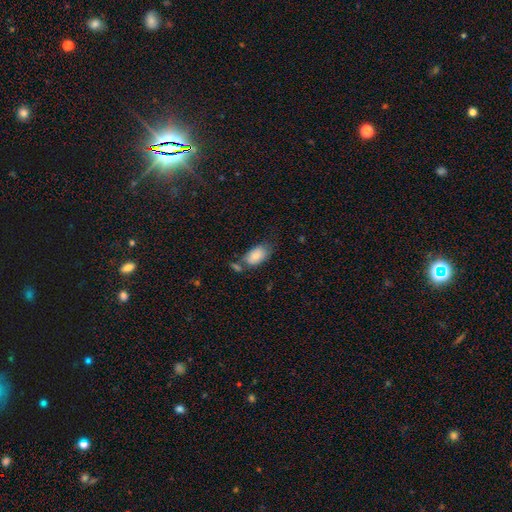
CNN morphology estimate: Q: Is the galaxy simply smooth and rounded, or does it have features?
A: smooth — 83%.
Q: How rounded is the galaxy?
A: in between — 93%.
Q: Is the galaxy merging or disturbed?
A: none — 48%.